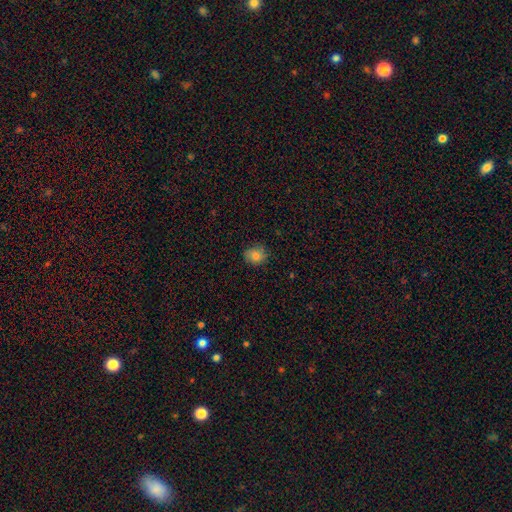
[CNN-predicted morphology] smooth_or_featured: smooth (p=0.82) [alt: star or artifact p=0.10]
how_rounded: round (p=0.68) [alt: in between p=0.31]
merging: none (p=0.79) [alt: minor disturbance p=0.17]